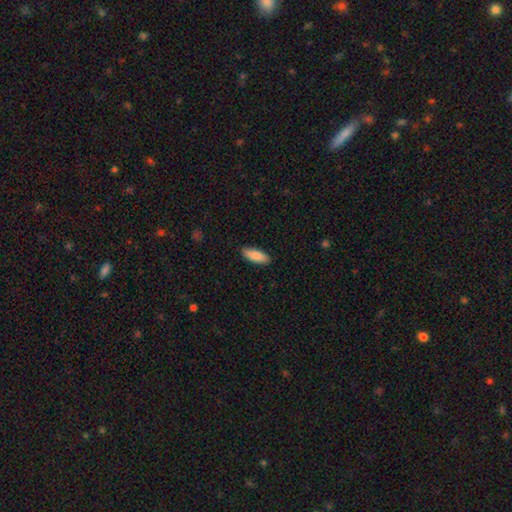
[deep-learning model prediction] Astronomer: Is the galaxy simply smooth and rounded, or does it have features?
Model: smooth — 86%.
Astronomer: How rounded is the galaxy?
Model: in between — 68%.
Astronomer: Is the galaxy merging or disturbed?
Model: none — 88%.